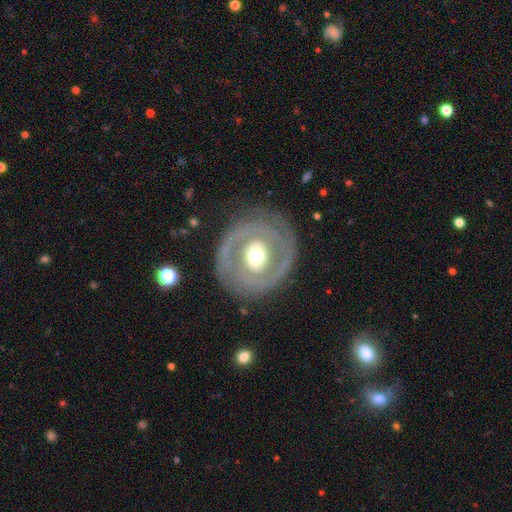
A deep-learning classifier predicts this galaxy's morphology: featured or disk 78%, smooth 17%, star or artifact 5%. Down the decision tree: edge-on disk — no (96%); bar — no (54%); spiral arms — yes (64%); bulge size — moderate (69%); merging — none (81%).